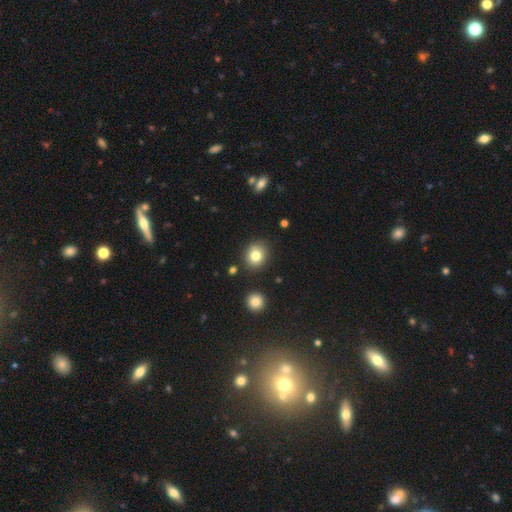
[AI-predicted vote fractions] smooth 81%, star or artifact 11%, featured or disk 9%. Down the decision tree: how rounded — round (70%); merging — none (84%).